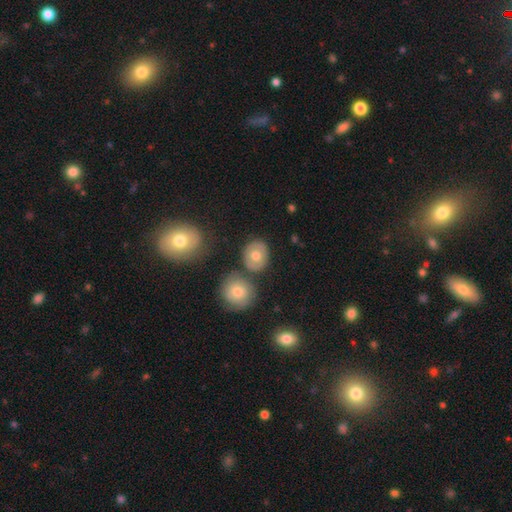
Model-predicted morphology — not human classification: Q: Smooth or featured?
A: smooth (68%); runner-up: featured or disk (24%)
Q: How rounded?
A: round (75%); runner-up: in between (24%)
Q: Merging?
A: none (76%); runner-up: minor disturbance (11%)